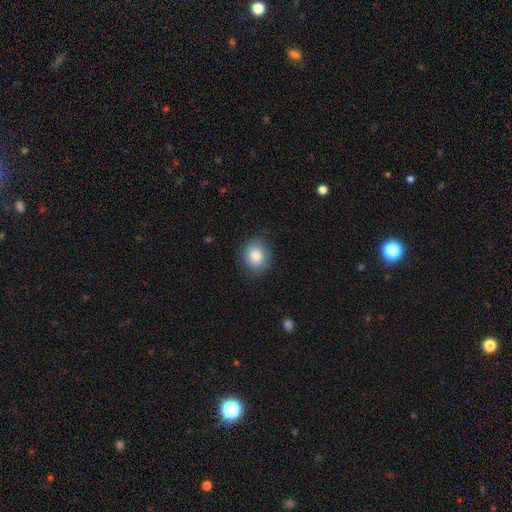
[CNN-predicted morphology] A smooth galaxy with no disk features (81%) that is round (68%). Merging: none (84%).